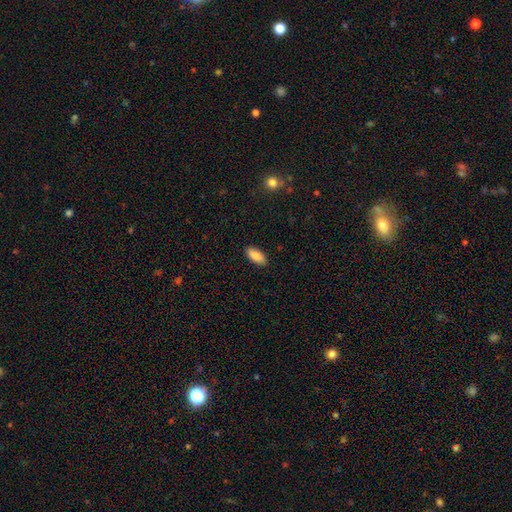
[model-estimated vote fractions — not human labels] Smooth or featured? Predicted: smooth (p=0.87). How rounded? Predicted: in between (p=0.90). Merging? Predicted: none (p=0.89).